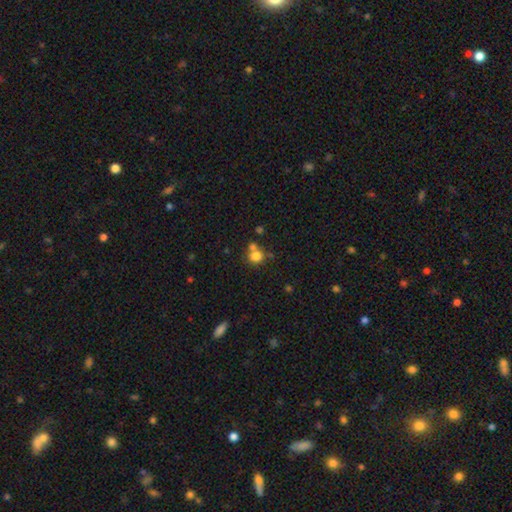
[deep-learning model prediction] smooth_or_featured: smooth (p=0.79) [alt: star or artifact p=0.12]
how_rounded: round (p=0.85) [alt: in between p=0.14]
merging: none (p=0.52) [alt: merger p=0.35]